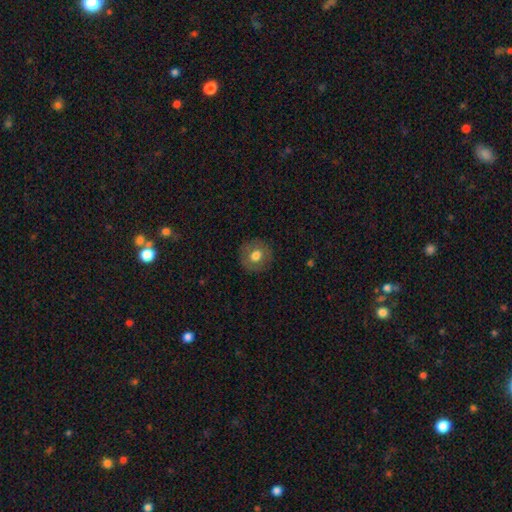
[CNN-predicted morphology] This appears to be a smooth galaxy with no disk features (72%) that is round (90%). Merging: none (88%).